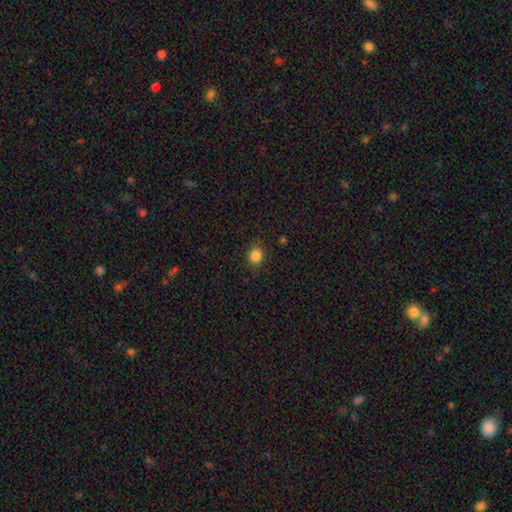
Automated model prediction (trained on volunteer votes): Overall: smooth (85%). How rounded: round (75%). Merging: none (86%).